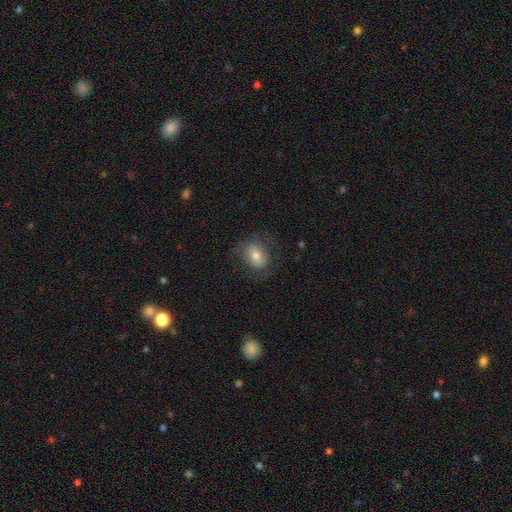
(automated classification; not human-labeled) A smooth galaxy with no disk features (60%) that is in between round and cigar-shaped (53%).

Vote fractions:
- Smooth or featured? smooth: 60% / featured or disk: 31% / star or artifact: 9%
- How rounded? in between: 53% / round: 46% / cigar-shaped: 1%
- Merging? none: 69% / minor disturbance: 17% / major disturbance: 12% / merger: 1%